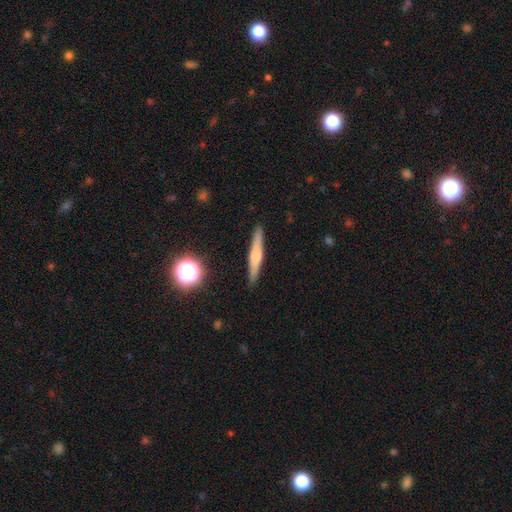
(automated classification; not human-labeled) A featured or disk galaxy (52%) viewed edge-on (96%).

Vote fractions:
- Smooth or featured? featured or disk: 52% / smooth: 41% / star or artifact: 7%
- Edge-on disk? yes: 96% / no: 4%
- Merging? none: 90% / minor disturbance: 7% / major disturbance: 2% / merger: 1%